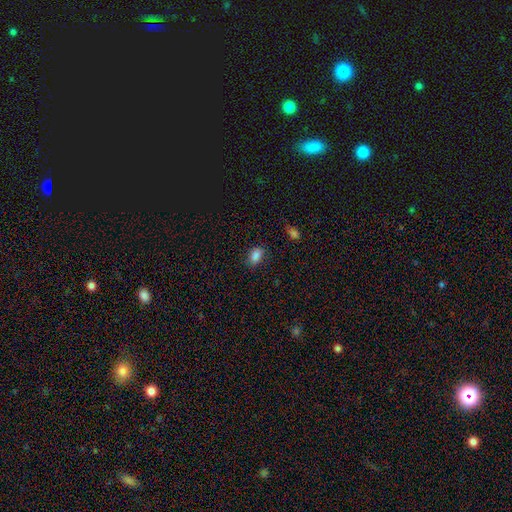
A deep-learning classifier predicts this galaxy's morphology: A smooth galaxy with no disk features (84%) that is in between round and cigar-shaped (87%). Merging: none (77%).